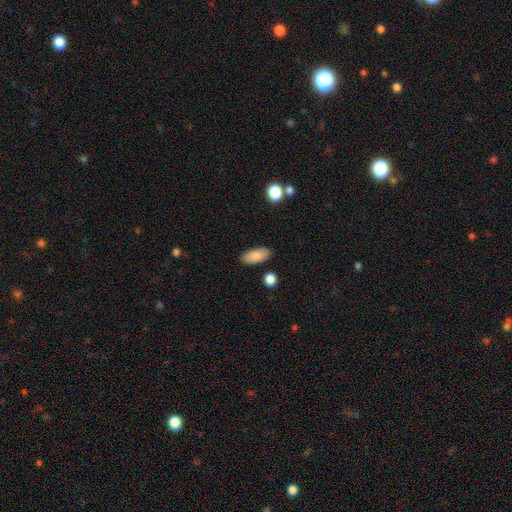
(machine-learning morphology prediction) type=smooth (86%); roundness=in between (87%); merging=none (86%).